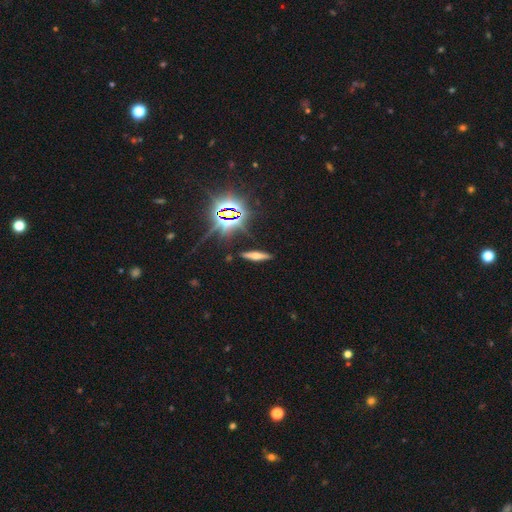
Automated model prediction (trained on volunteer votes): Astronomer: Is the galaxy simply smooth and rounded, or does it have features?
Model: featured or disk — 37% (runner-up: smooth, 35%).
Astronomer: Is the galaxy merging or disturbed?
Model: none — 87%.